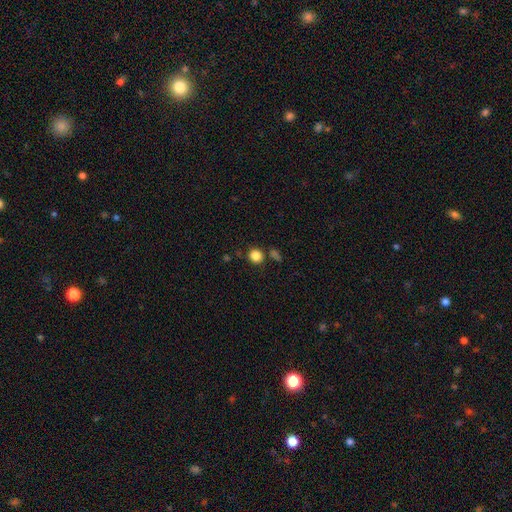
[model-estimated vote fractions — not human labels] This appears to be a smooth galaxy with no disk features (83%) that is round (89%). Merging: none (79%).